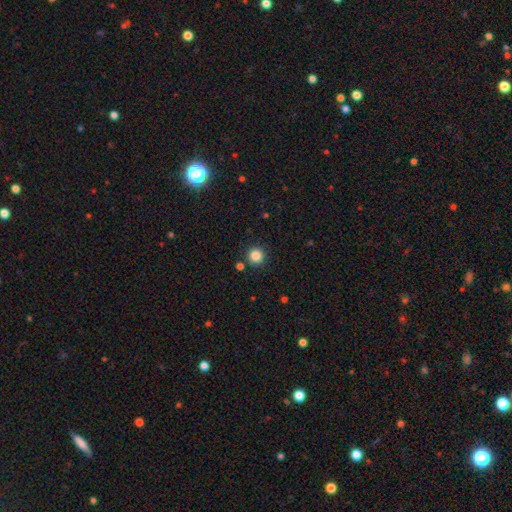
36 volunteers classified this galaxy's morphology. Volunteers were most divided on "merging": none: 86%, minor disturbance: 6%, merger: 6%, major disturbance: 3%. More confident: smooth or featured — smooth (100%); how rounded — round (97%).